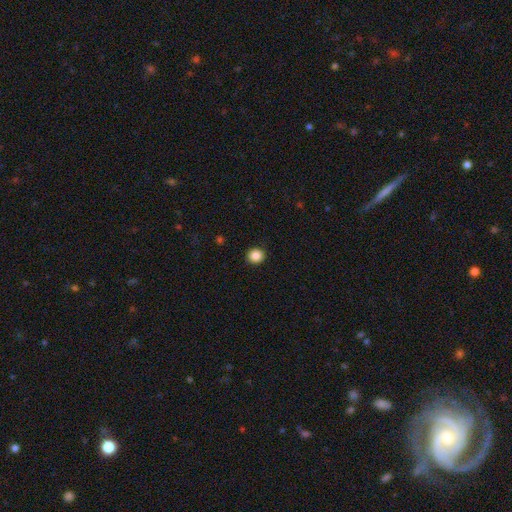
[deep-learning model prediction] Smooth or featured? Predicted: smooth (p=0.86). How rounded? Predicted: round (p=0.90). Merging? Predicted: none (p=0.92).